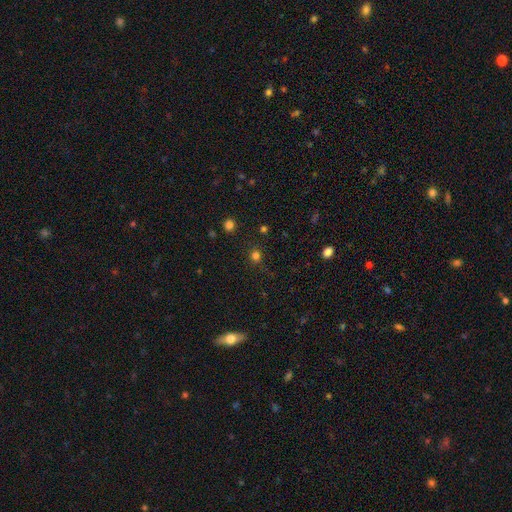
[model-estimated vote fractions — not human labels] This appears to be a smooth galaxy with no disk features (74%) that is round (90%). Merging: none (84%).